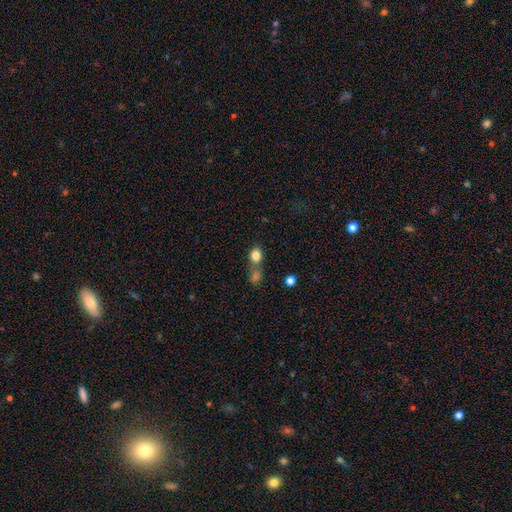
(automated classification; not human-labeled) Smooth or featured? Predicted: smooth (p=0.82). How rounded? Predicted: round (p=0.52). Merging? Predicted: none (p=0.44).